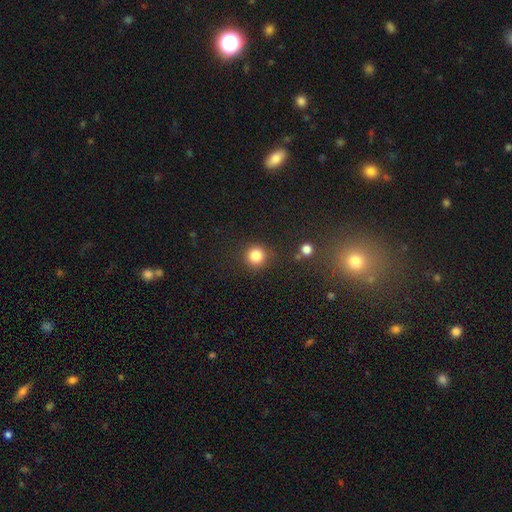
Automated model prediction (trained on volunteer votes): smooth 85%, star or artifact 11%, featured or disk 4%. Down the decision tree: how rounded — round (94%); merging — none (85%).